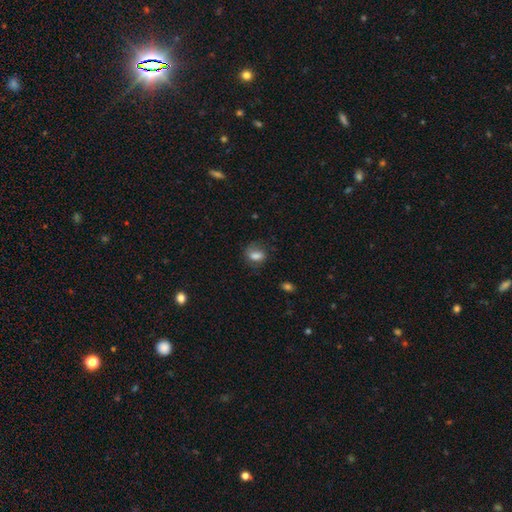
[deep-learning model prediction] Overall: smooth (76%). How rounded: in between (71%). Merging: none (63%; minor disturbance 24%).